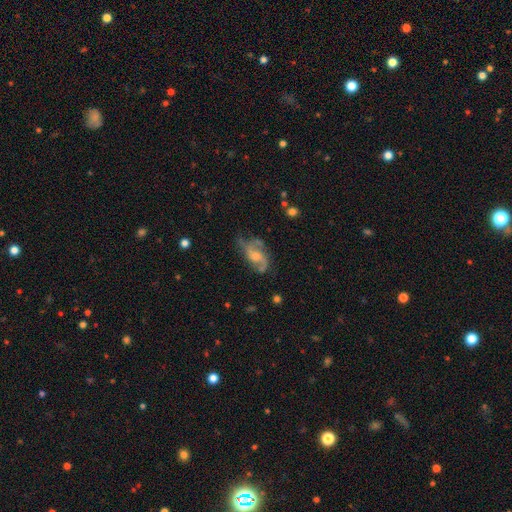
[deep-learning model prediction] Smooth or featured? Predicted: featured or disk (p=0.77). Edge-on disk? Predicted: no (p=0.96). Bar? Predicted: no (p=0.59). Spiral arms? Predicted: yes (p=0.91). Spiral winding? Predicted: loose (p=0.45). Spiral arm count? Predicted: 2 (p=0.74). Bulge size? Predicted: moderate (p=0.43). Merging? Predicted: none (p=0.53).